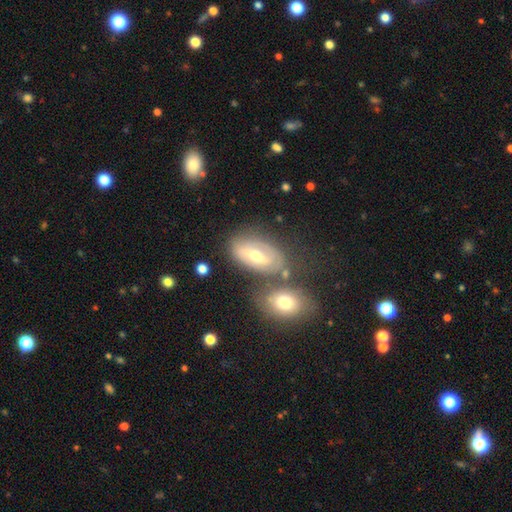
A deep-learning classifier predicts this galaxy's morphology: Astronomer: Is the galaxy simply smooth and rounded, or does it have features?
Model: featured or disk — 56% (runner-up: smooth, 36%).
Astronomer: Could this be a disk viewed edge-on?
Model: no — 89%.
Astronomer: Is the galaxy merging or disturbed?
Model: none — 60%.